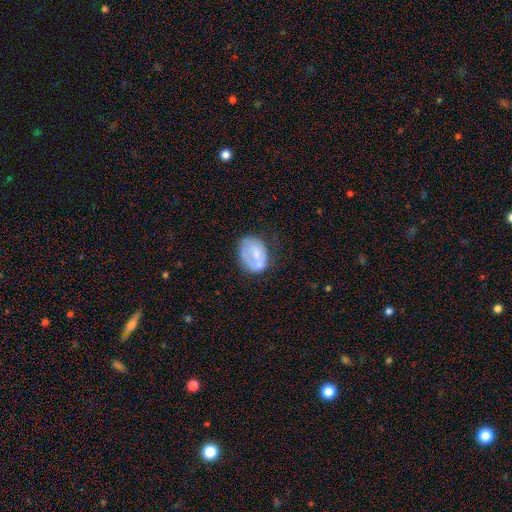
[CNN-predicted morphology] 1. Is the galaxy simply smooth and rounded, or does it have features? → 55% smooth, 37% featured or disk, 8% star or artifact.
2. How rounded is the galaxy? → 68% in between, 31% round, 1% cigar-shaped.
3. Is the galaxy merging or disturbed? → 40% none, 27% minor disturbance, 18% major disturbance, 15% merger.